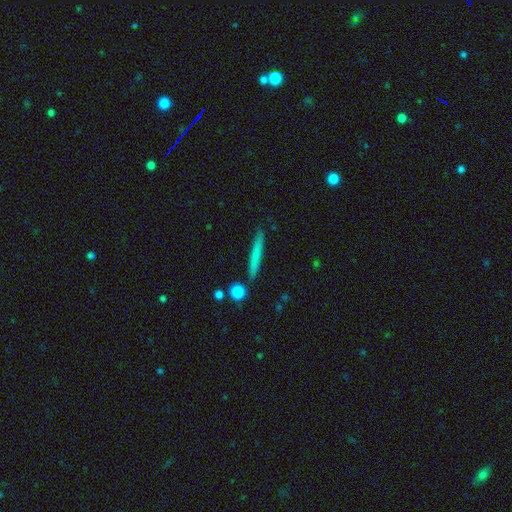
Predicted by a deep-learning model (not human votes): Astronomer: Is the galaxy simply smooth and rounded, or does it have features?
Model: smooth — 66%.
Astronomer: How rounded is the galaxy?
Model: cigar-shaped — 95%.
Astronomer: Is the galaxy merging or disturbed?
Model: none — 87%.